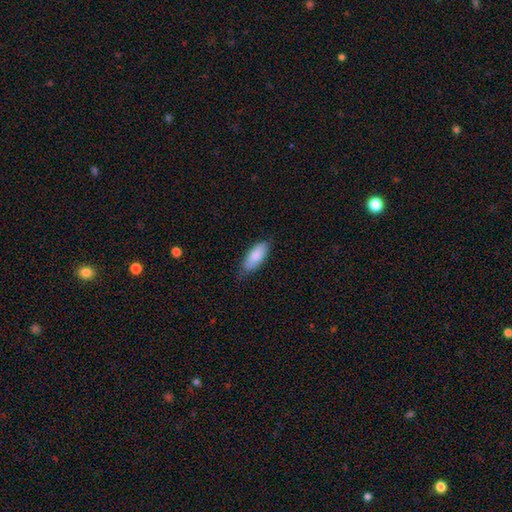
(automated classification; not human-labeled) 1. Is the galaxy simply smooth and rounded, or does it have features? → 85% smooth, 10% featured or disk, 5% star or artifact.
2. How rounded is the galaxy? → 84% in between, 14% cigar-shaped, 2% round.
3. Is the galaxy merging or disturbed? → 72% none, 23% minor disturbance, 4% major disturbance, 1% merger.